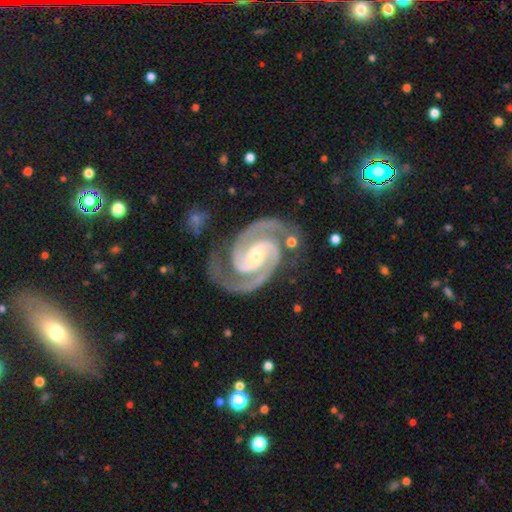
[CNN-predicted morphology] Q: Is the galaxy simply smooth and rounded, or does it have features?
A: featured or disk — 95%.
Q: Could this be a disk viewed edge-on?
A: no — 98%.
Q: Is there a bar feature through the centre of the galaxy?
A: no — 37%.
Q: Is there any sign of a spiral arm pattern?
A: yes — 99%.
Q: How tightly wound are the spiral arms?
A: tight — 54%.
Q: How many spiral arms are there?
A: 2 — 91%.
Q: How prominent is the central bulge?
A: small — 55%.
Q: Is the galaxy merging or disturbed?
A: none — 78%.